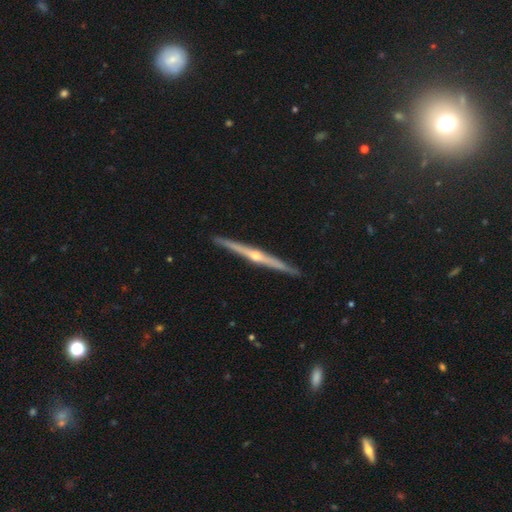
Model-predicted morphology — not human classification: featured or disk 84%, smooth 9%, star or artifact 6%. Down the decision tree: edge-on disk — yes (98%); edge-on bulge — rounded (88%); merging — none (92%).